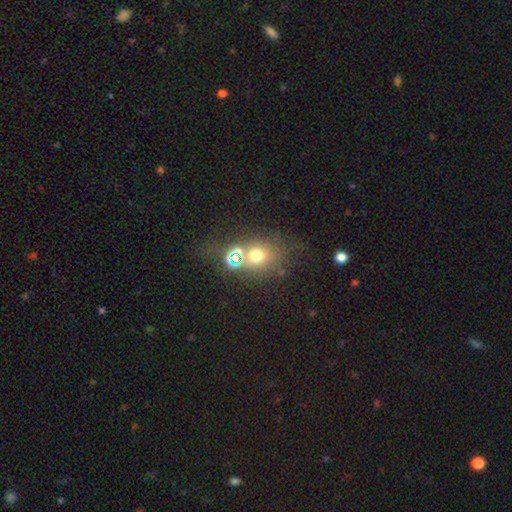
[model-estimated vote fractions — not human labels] Smooth or featured? Predicted: smooth (p=0.57). How rounded? Predicted: round (p=0.66). Merging? Predicted: none (p=0.56).